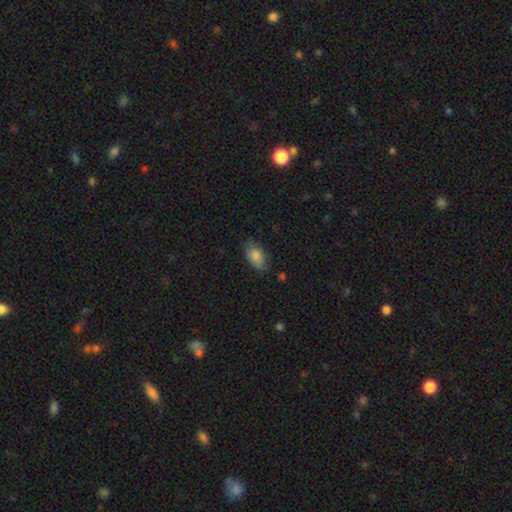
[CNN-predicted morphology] type=smooth (83%); roundness=in between (91%); merging=none (72%).